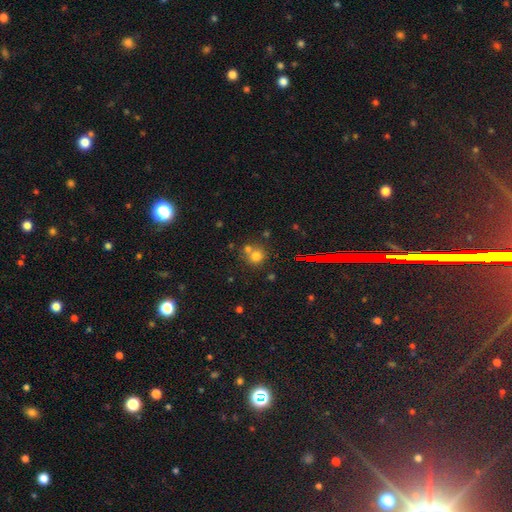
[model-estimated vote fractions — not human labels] smooth-or-featured: smooth: 70% | star or artifact: 19% | featured or disk: 11%
  how-rounded: round: 88% | in between: 11% | cigar-shaped: 1%
  merging: none: 56% | merger: 32% | minor disturbance: 9% | major disturbance: 3%